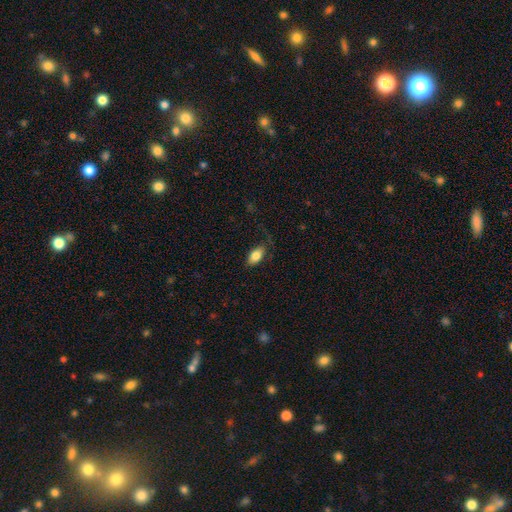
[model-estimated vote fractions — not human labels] The model was most divided on "merging": none: 71%, minor disturbance: 19%, major disturbance: 9%, merger: 1%. More confident: how rounded — in between (92%); smooth or featured — smooth (83%).